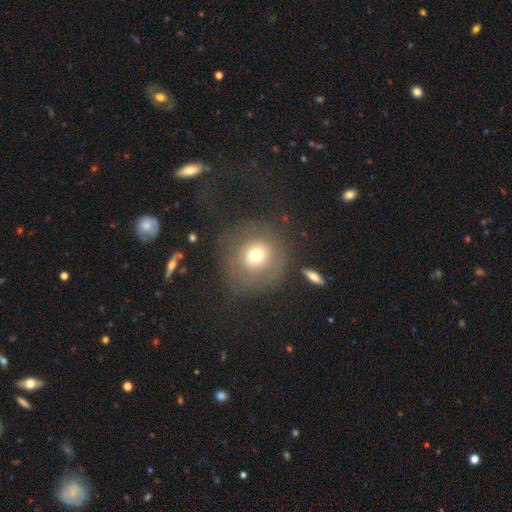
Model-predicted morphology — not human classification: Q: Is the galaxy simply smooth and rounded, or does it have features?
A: smooth — 64%.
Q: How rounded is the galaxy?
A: round — 86%.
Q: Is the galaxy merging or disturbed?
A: none — 70%.